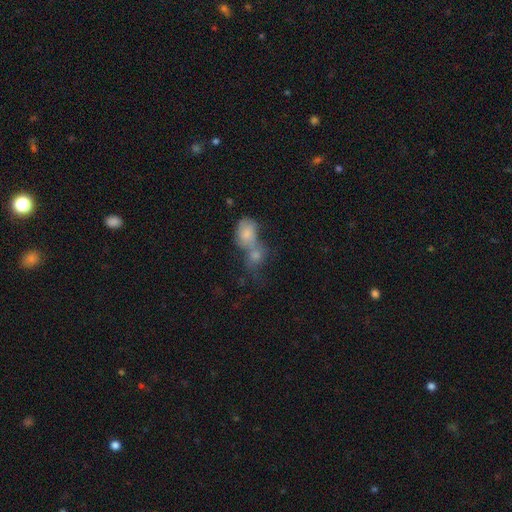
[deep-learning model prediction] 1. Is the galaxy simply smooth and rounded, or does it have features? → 62% smooth, 25% featured or disk, 13% star or artifact.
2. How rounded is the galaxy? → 54% in between, 43% round, 3% cigar-shaped.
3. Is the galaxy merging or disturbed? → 67% merger, 19% none, 8% minor disturbance, 7% major disturbance.